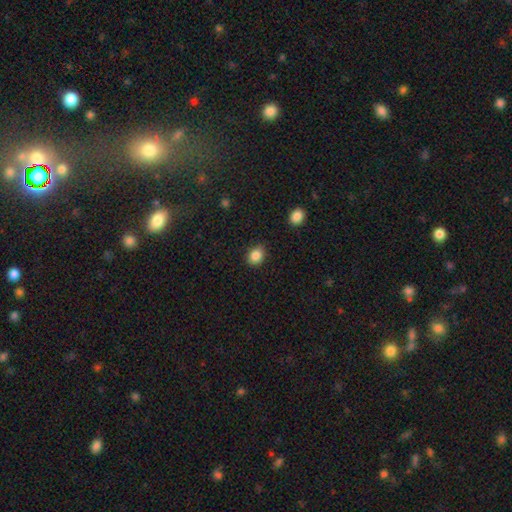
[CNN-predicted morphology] type=smooth (86%); roundness=in between (50%); merging=none (84%).